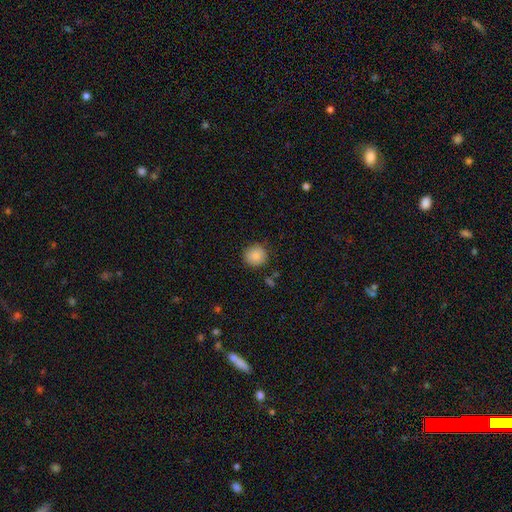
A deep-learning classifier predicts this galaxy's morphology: The model was most divided on "smooth or featured": smooth: 83%, star or artifact: 9%, featured or disk: 8%. More confident: how rounded — round (93%); merging — none (86%).